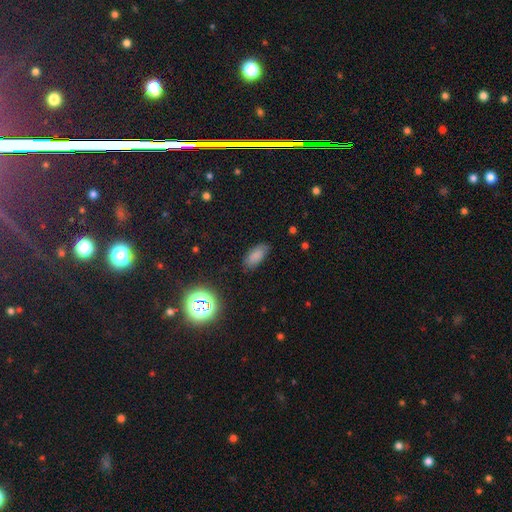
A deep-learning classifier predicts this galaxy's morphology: The model was most divided on "merging": none: 81%, minor disturbance: 15%, major disturbance: 3%, merger: 1%. More confident: how rounded — in between (89%); smooth or featured — smooth (81%).